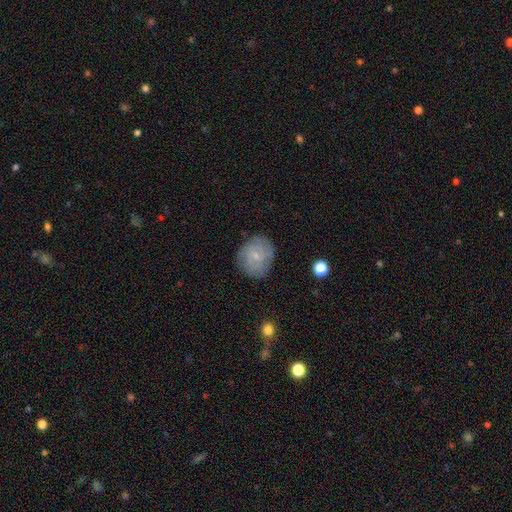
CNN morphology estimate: smooth_or_featured: featured or disk (p=0.49) [alt: smooth p=0.43]
merging: none (p=0.77) [alt: minor disturbance p=0.17]